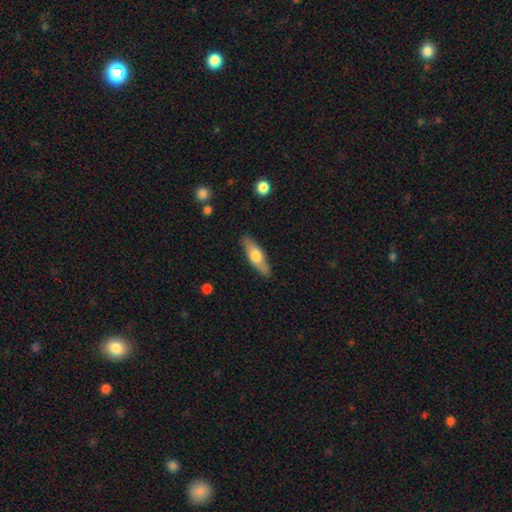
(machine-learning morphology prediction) Smooth or featured?
  - smooth: 55% *
  - featured or disk: 39%
  - star or artifact: 5%
How rounded?
  - cigar-shaped: 54% *
  - in between: 44%
  - round: 2%
Merging?
  - none: 87% *
  - minor disturbance: 10%
  - major disturbance: 2%
  - merger: 1%